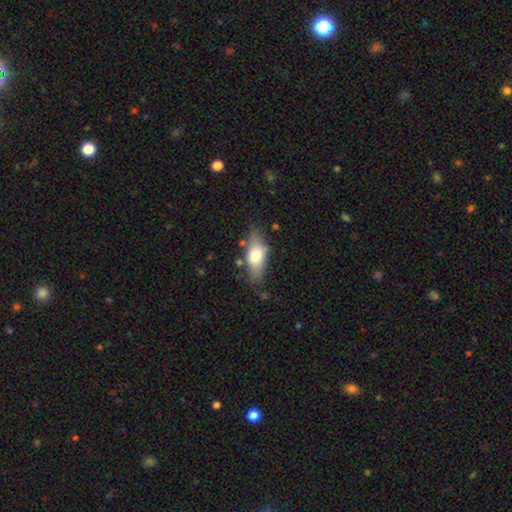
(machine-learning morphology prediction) smooth_or_featured: smooth (p=0.69) [alt: featured or disk p=0.24]
how_rounded: in between (p=0.77) [alt: cigar-shaped p=0.19]
merging: none (p=0.68) [alt: minor disturbance p=0.22]